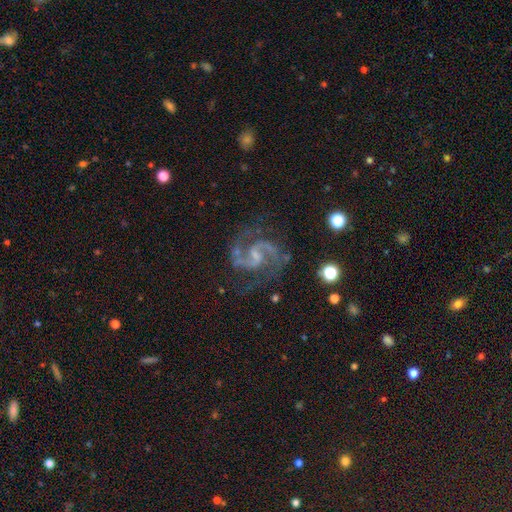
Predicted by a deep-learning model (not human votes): smooth_or_featured: featured or disk (p=0.91) [alt: star or artifact p=0.06]
disk_edge_on: no (p=0.98) [alt: yes p=0.02]
bar: weak (p=0.52) [alt: no p=0.30]
has_spiral_arms: yes (p=0.98) [alt: no p=0.02]
spiral_winding: medium (p=0.66) [alt: loose p=0.21]
spiral_arm_count: 2 (p=0.94) [alt: can't tell p=0.02]
bulge_size: small (p=0.53) [alt: none p=0.27]
merging: none (p=0.74) [alt: minor disturbance p=0.15]